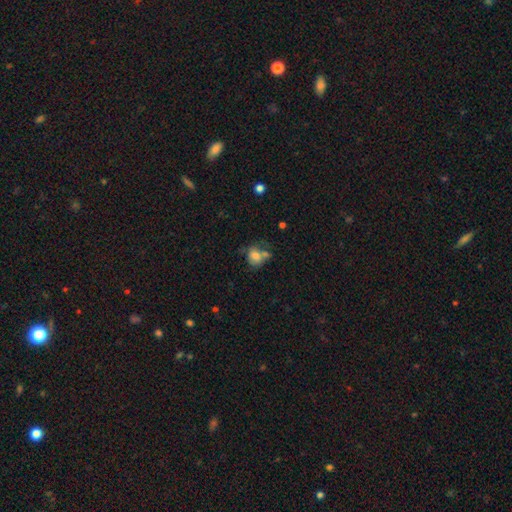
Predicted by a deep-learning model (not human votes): smooth_or_featured: smooth (p=0.72) [alt: featured or disk p=0.17]
how_rounded: round (p=0.60) [alt: in between p=0.39]
merging: none (p=0.38) [alt: merger p=0.30]